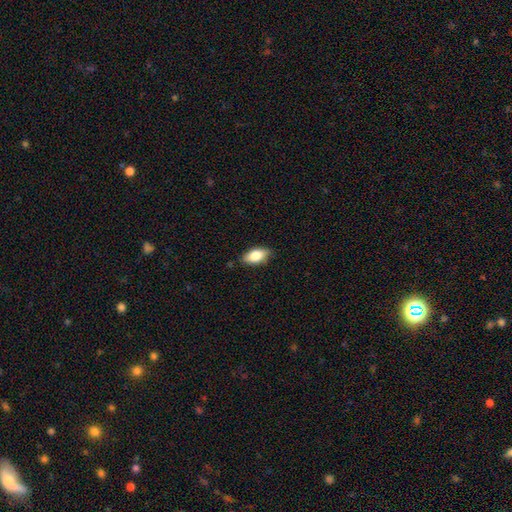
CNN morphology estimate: Overall: smooth (79%). How rounded: in between (89%). Merging: none (83%).